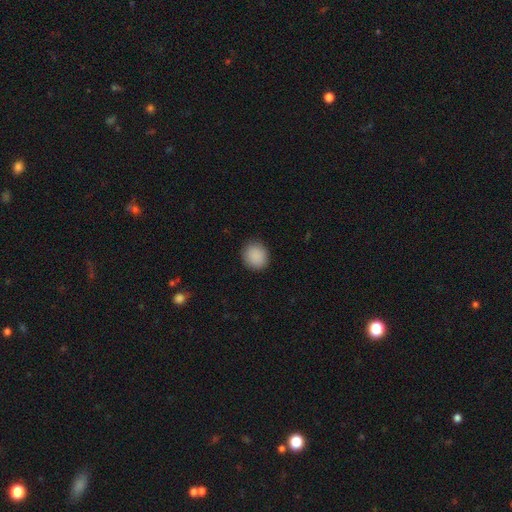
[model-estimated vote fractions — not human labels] The model was most divided on "how rounded": round: 80%, in between: 19%, cigar-shaped: 1%. More confident: smooth or featured — smooth (89%); merging — none (88%).